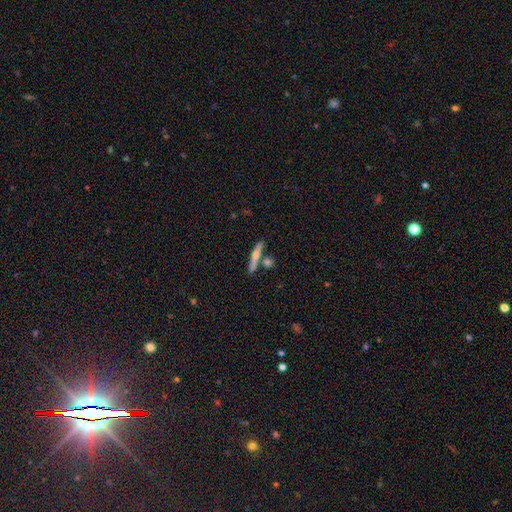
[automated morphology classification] type=smooth (52%); roundness=cigar-shaped (87%); merging=none (71%).